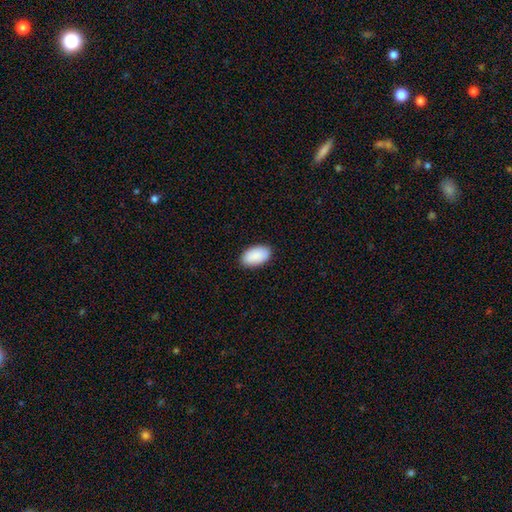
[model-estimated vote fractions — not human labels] Smooth or featured?
  - smooth: 92% *
  - star or artifact: 5%
  - featured or disk: 3%
How rounded?
  - in between: 95% *
  - round: 3%
  - cigar-shaped: 1%
Merging?
  - none: 89% *
  - minor disturbance: 9%
  - major disturbance: 2%
  - merger: 1%